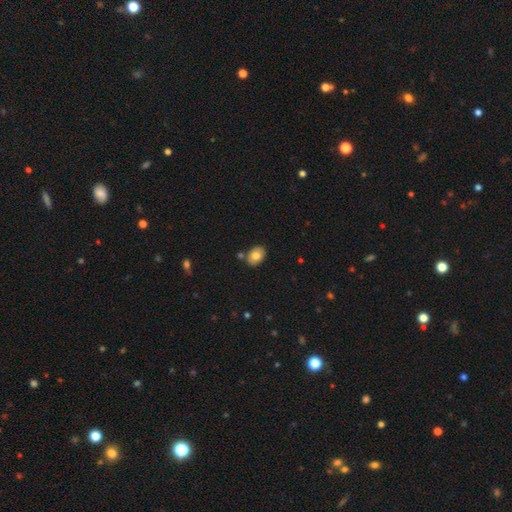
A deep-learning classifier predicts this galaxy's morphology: smooth 75%, featured or disk 17%, star or artifact 7%. Down the decision tree: how rounded — in between (79%); merging — none (80%).